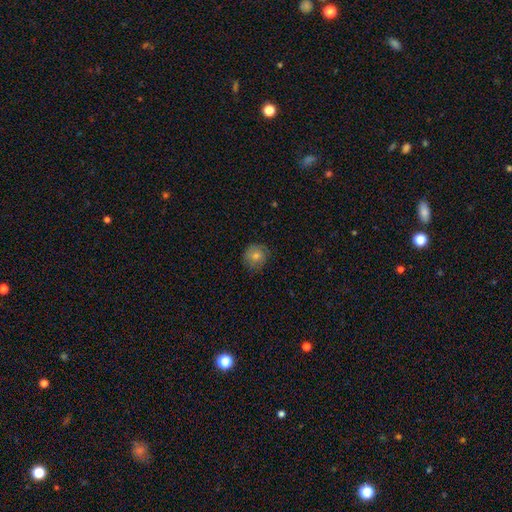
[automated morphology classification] Overall: smooth (69%). How rounded: round (91%). Merging: none (82%).